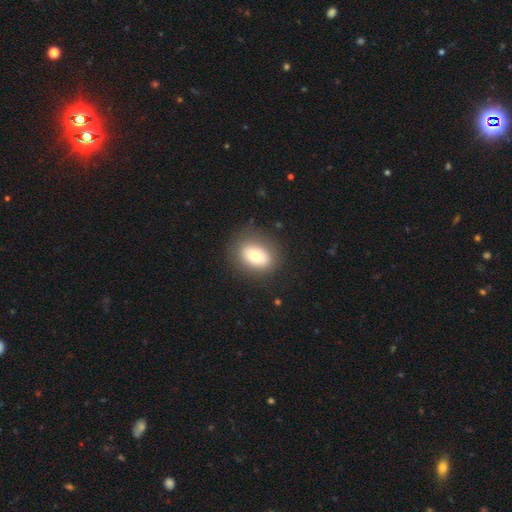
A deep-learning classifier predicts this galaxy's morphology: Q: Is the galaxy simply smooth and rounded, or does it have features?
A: smooth — 75%.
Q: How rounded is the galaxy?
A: in between — 67%.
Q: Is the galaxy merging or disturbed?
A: none — 83%.